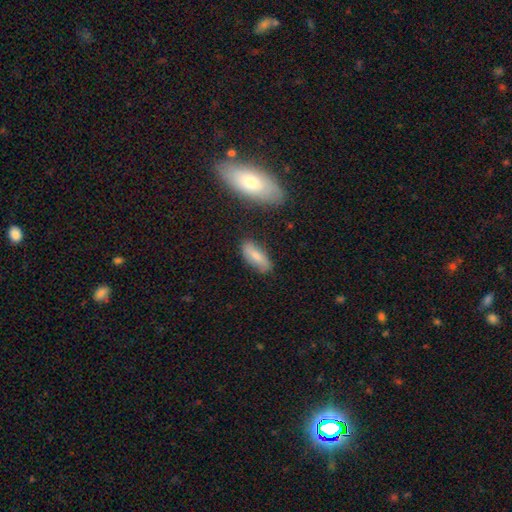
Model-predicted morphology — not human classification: This appears to be a smooth galaxy with no disk features (72%) that is in between round and cigar-shaped (74%). Merging: none (78%).